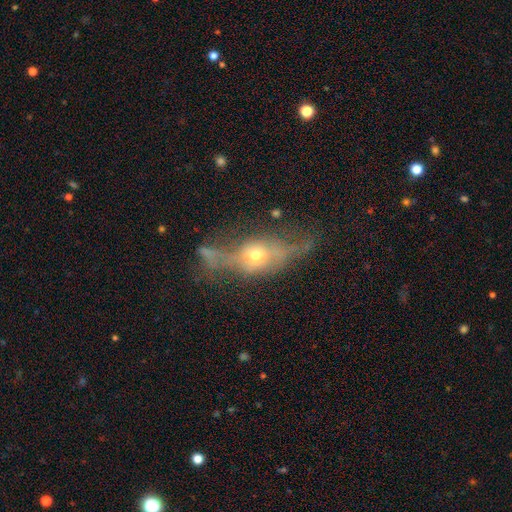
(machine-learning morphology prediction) This is possibly a featured or disk galaxy (60%). It is possibly not viewed edge-on (54%). Merging: marginally major disturbance (42%).